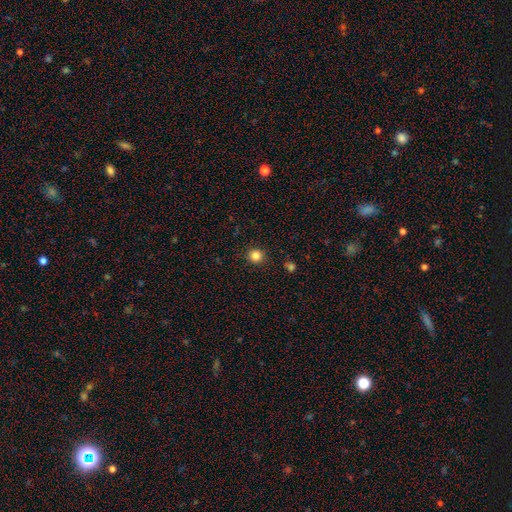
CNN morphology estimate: A smooth galaxy with no disk features (83%) that is round (93%).

Vote fractions:
- Smooth or featured? smooth: 83% / star or artifact: 12% / featured or disk: 4%
- How rounded? round: 93% / in between: 6% / cigar-shaped: 1%
- Merging? none: 91% / minor disturbance: 6% / major disturbance: 2% / merger: 1%